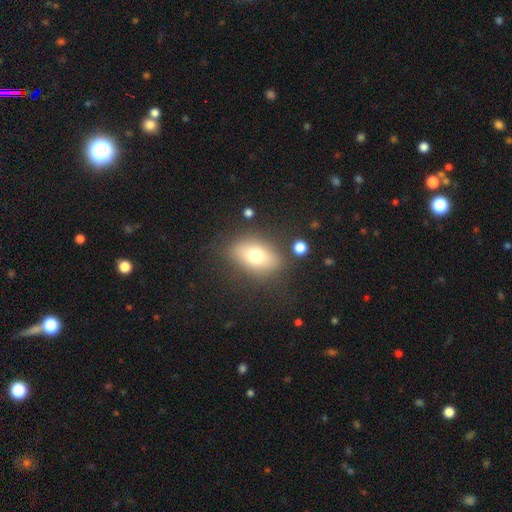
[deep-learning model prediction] This appears to be a smooth galaxy with no disk features (70%) that is in between round and cigar-shaped (80%). Merging: none (78%).